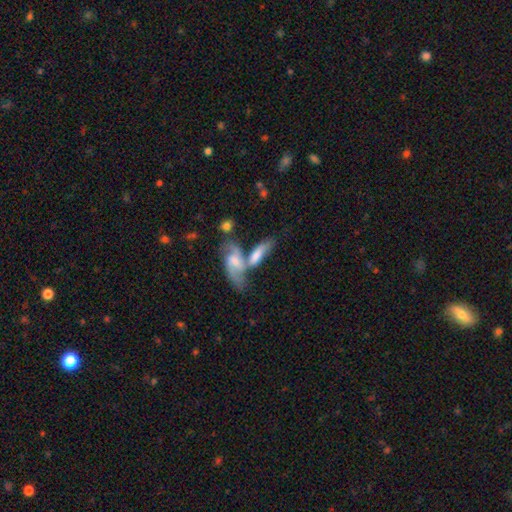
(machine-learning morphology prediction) A featured or disk galaxy (48%). Merging: merger (53%).